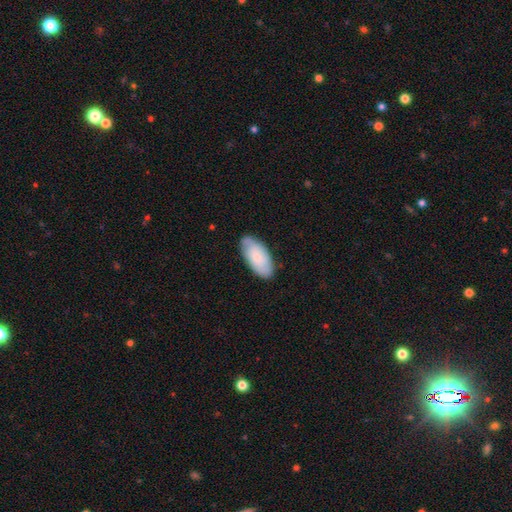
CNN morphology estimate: Smooth or featured? Predicted: smooth (p=0.71). How rounded? Predicted: in between (p=0.93). Merging? Predicted: none (p=0.81).